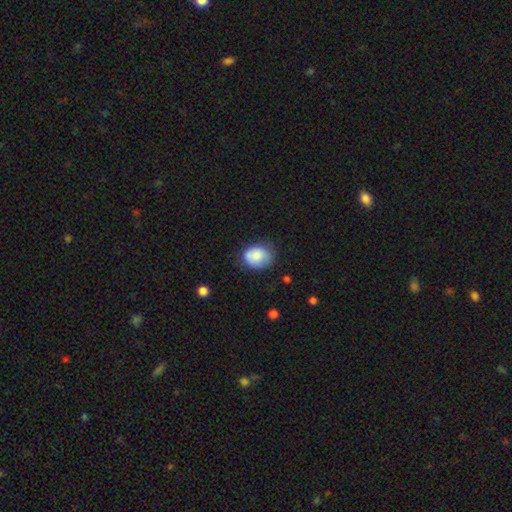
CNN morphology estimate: Q: Smooth or featured?
A: smooth (82%); runner-up: featured or disk (10%)
Q: How rounded?
A: round (53%); runner-up: in between (46%)
Q: Merging?
A: none (70%); runner-up: minor disturbance (23%)